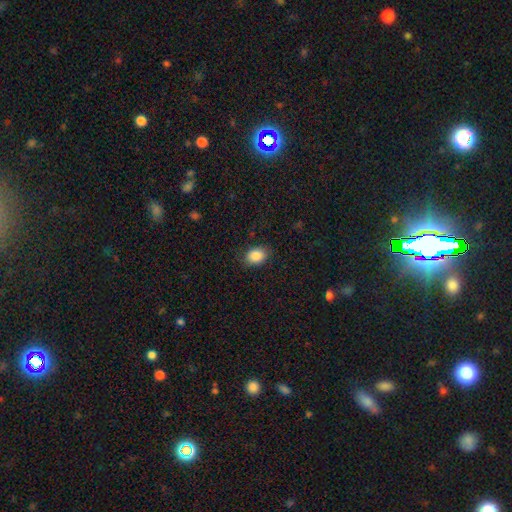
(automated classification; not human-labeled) This is clearly a smooth galaxy (87%). How rounded: likely in between (73%). Merging: clearly none (84%).